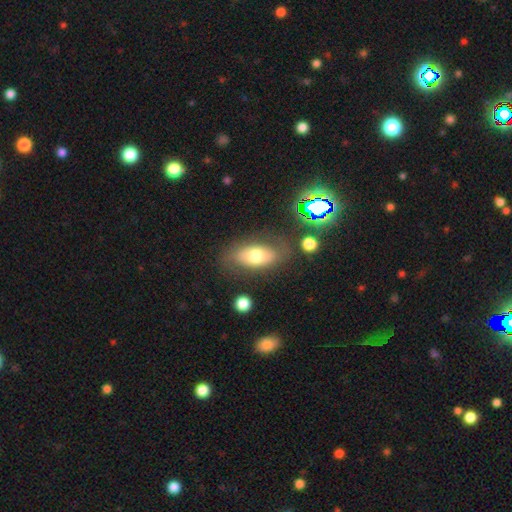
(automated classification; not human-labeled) smooth_or_featured: smooth (p=0.65) [alt: featured or disk p=0.26]
how_rounded: in between (p=0.89) [alt: round p=0.06]
merging: none (p=0.73) [alt: minor disturbance p=0.16]